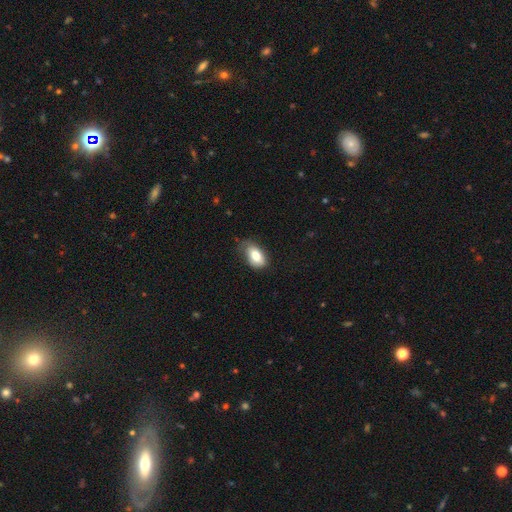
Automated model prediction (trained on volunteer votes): Smooth or featured? smooth (79%)
How rounded? in between (92%)
Merging? none (59%)